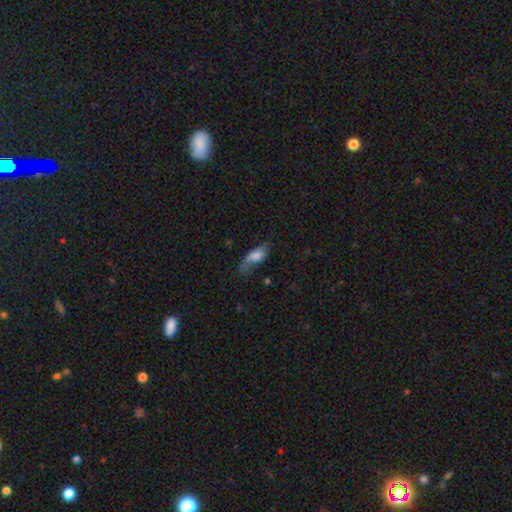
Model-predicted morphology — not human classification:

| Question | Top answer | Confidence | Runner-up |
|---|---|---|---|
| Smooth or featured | smooth | 65% | featured or disk (28%) |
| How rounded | in between | 76% | cigar-shaped (20%) |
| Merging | none | 40% | minor disturbance (32%) |